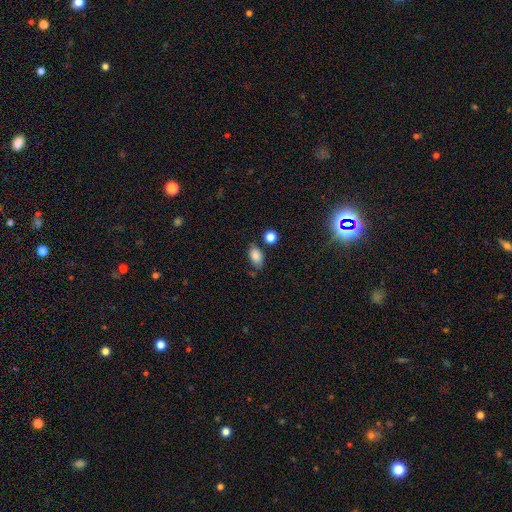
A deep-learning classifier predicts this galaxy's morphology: A smooth galaxy with no disk features (84%) that is in between round and cigar-shaped (87%).

Vote fractions:
- Smooth or featured? smooth: 84% / star or artifact: 9% / featured or disk: 6%
- How rounded? in between: 87% / round: 11% / cigar-shaped: 2%
- Merging? none: 69% / minor disturbance: 20% / merger: 7% / major disturbance: 5%